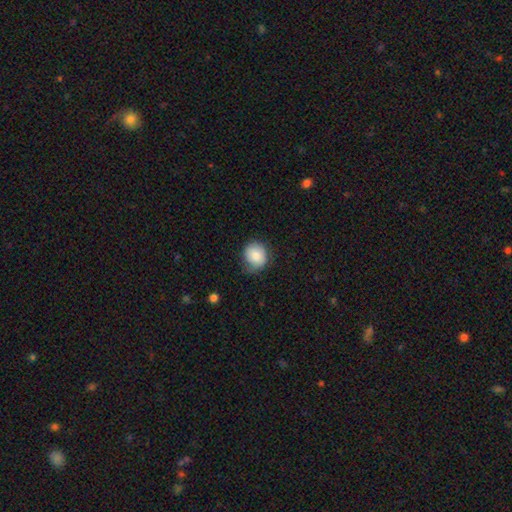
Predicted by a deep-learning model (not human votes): Overall: smooth (79%). How rounded: round (79%). Merging: none (60%; minor disturbance 30%).